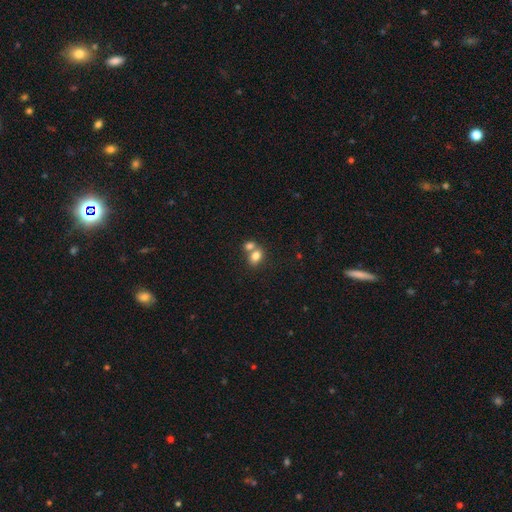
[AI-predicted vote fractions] This appears to be a smooth galaxy with no disk features (79%) that is in between round and cigar-shaped (70%). Merging: merger (54%).